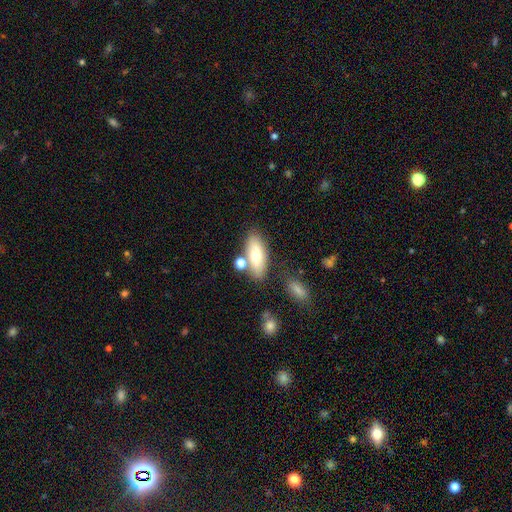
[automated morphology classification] smooth 69%, featured or disk 23%, star or artifact 8%. Down the decision tree: how rounded — in between (76%); merging — none (70%).